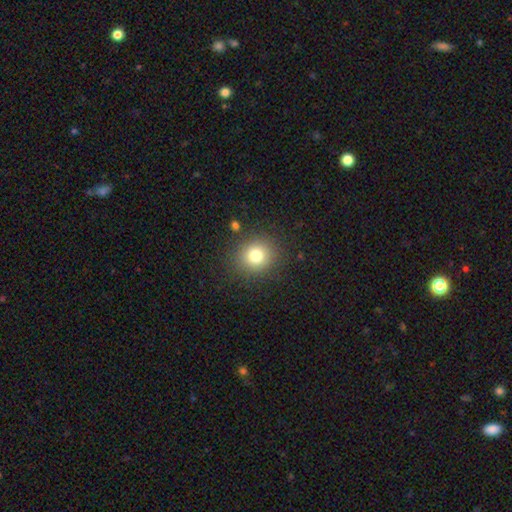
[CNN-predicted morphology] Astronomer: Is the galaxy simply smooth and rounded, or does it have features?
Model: smooth — 78%.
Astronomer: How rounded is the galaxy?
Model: round — 83%.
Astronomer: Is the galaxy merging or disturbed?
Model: none — 88%.